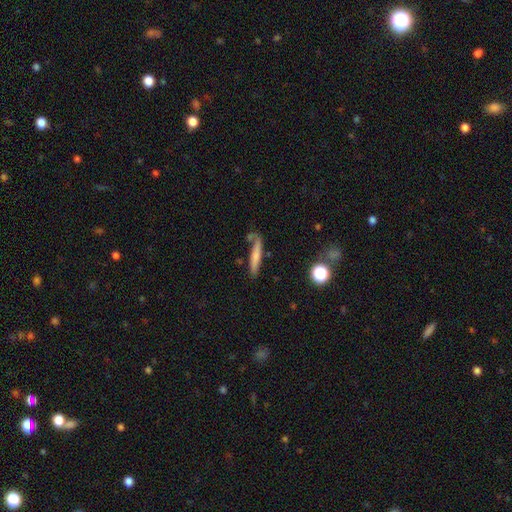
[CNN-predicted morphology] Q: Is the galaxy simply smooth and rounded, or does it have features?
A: smooth — 59%.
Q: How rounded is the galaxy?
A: cigar-shaped — 90%.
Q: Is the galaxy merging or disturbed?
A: none — 62%.